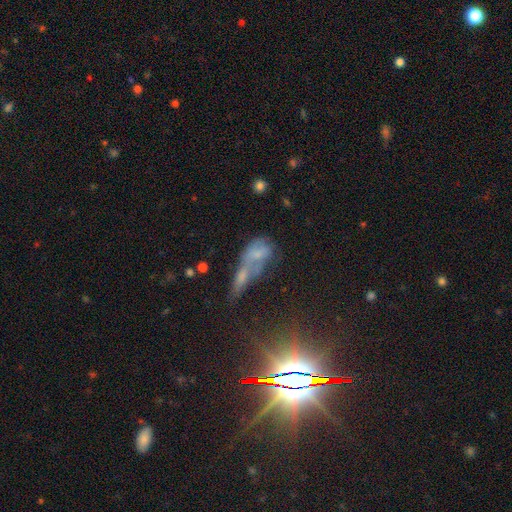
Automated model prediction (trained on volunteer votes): This is marginally a smooth galaxy (44%). Merging: possibly merger (52%).